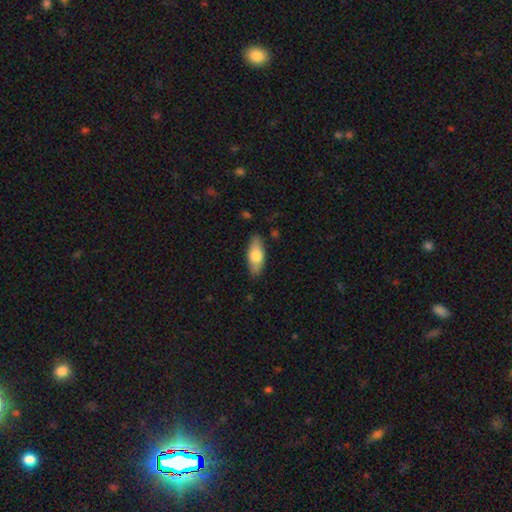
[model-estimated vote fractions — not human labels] The model was most divided on "smooth or featured": smooth: 72%, featured or disk: 23%, star or artifact: 6%. More confident: merging — none (84%); how rounded — in between (79%).